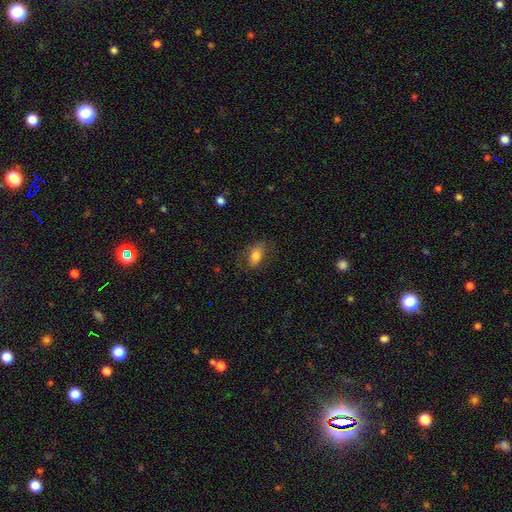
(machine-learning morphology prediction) Smooth or featured?
  - smooth: 73% *
  - featured or disk: 19%
  - star or artifact: 9%
How rounded?
  - in between: 87% *
  - round: 11%
  - cigar-shaped: 3%
Merging?
  - none: 69% *
  - minor disturbance: 19%
  - major disturbance: 11%
  - merger: 1%